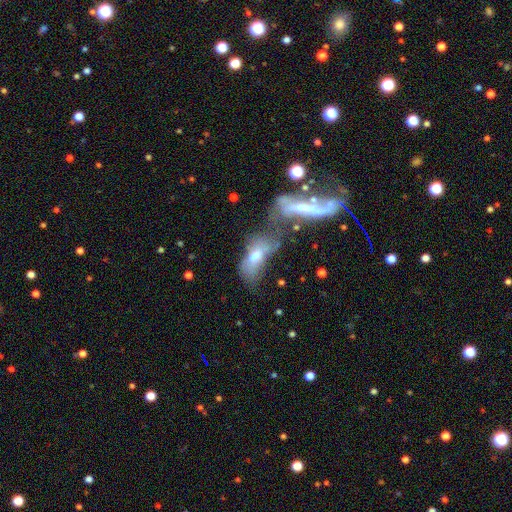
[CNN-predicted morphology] Smooth or featured? Predicted: smooth (p=0.47). Merging? Predicted: merger (p=0.57).